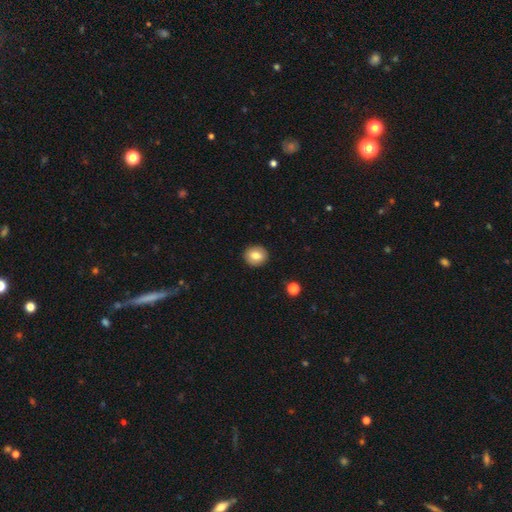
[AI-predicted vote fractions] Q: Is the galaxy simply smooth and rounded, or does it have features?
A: smooth — 80%.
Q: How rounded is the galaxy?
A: round — 82%.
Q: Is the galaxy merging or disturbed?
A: none — 91%.